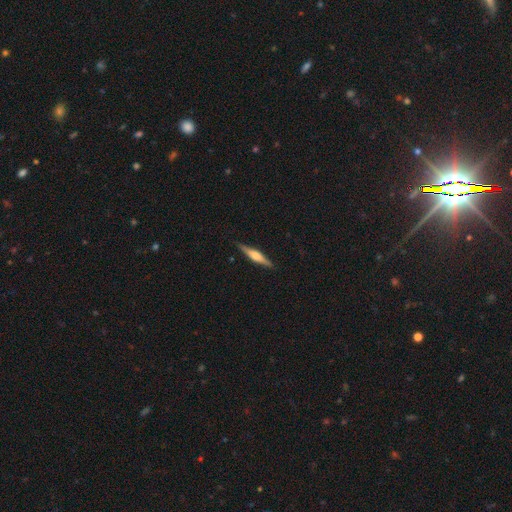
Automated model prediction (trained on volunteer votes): smooth_or_featured: featured or disk (p=0.69) [alt: smooth p=0.26]
disk_edge_on: yes (p=0.98) [alt: no p=0.02]
edge_on_bulge: rounded (p=0.76) [alt: boxy p=0.19]
merging: none (p=0.90) [alt: minor disturbance p=0.08]